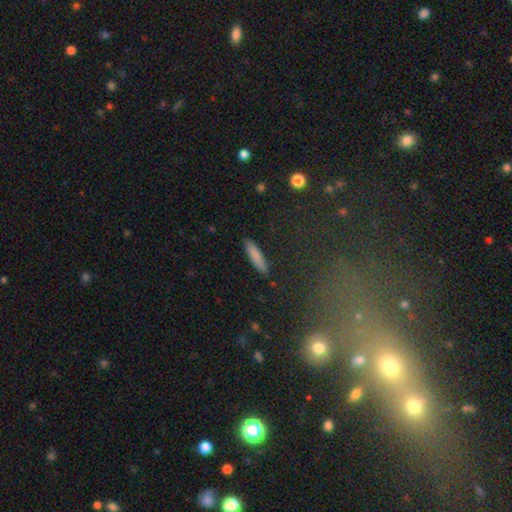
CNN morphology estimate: Smooth or featured? Predicted: smooth (p=0.82). How rounded? Predicted: cigar-shaped (p=0.83). Merging? Predicted: none (p=0.88).